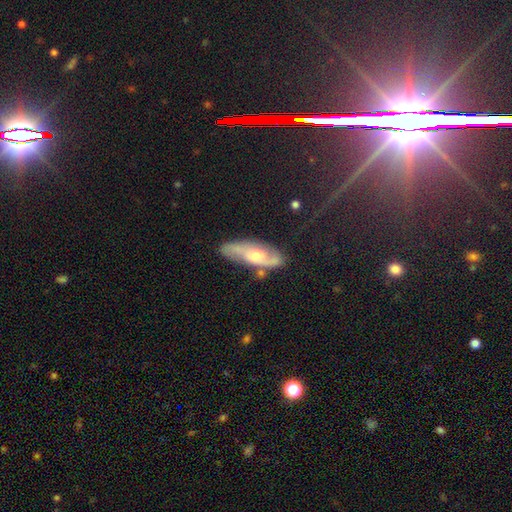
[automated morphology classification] featured or disk 67%, smooth 26%, star or artifact 7%. Down the decision tree: edge-on disk — no (80%); bar — no (62%); spiral arms — yes (86%); bulge size — moderate (58%); merging — none (72%).